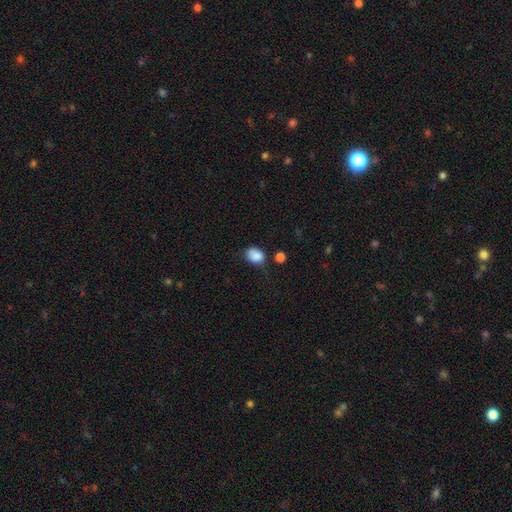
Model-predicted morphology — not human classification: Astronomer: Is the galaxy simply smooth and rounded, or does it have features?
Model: smooth — 86%.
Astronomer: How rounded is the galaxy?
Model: in between — 65%.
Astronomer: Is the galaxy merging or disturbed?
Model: none — 51% (runner-up: minor disturbance, 33%).